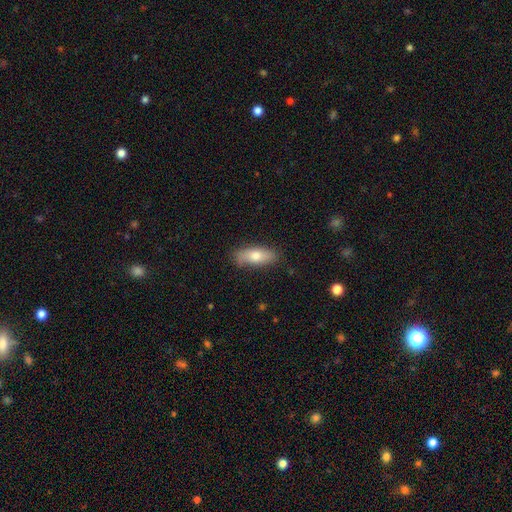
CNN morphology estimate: A smooth galaxy with no disk features (73%) that is in between round and cigar-shaped (70%).

Vote fractions:
- Smooth or featured? smooth: 73% / featured or disk: 21% / star or artifact: 6%
- How rounded? in between: 70% / cigar-shaped: 27% / round: 3%
- Merging? none: 80% / minor disturbance: 16% / major disturbance: 3% / merger: 1%